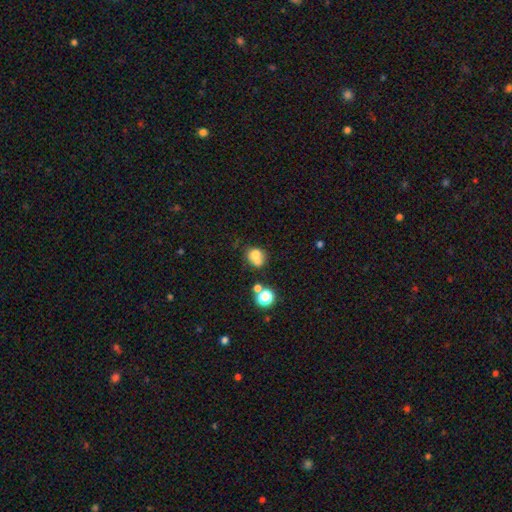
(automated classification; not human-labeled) Smooth or featured?
  - smooth: 68% *
  - featured or disk: 17%
  - star or artifact: 15%
How rounded?
  - round: 59% *
  - in between: 40%
  - cigar-shaped: 1%
Merging?
  - merger: 41% *
  - none: 35%
  - minor disturbance: 15%
  - major disturbance: 9%